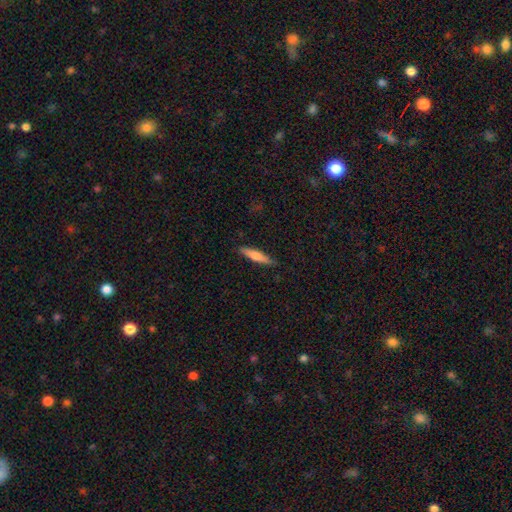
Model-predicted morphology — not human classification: A smooth galaxy with no disk features (64%) that is cigar-shaped (84%).

Vote fractions:
- Smooth or featured? smooth: 64% / featured or disk: 30% / star or artifact: 6%
- How rounded? cigar-shaped: 84% / in between: 14% / round: 2%
- Merging? none: 88% / minor disturbance: 9% / major disturbance: 2% / merger: 1%